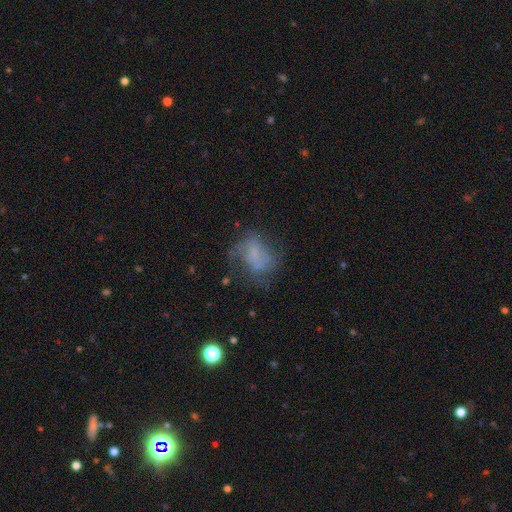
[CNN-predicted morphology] Smooth or featured?
  - featured or disk: 45% *
  - smooth: 40%
  - star or artifact: 15%
Merging?
  - none: 45% *
  - major disturbance: 28%
  - minor disturbance: 24%
  - merger: 3%